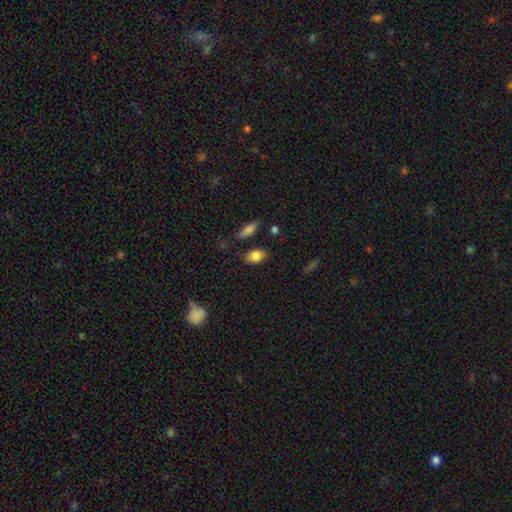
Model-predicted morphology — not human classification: Q: Smooth or featured?
A: smooth (84%); runner-up: featured or disk (8%)
Q: How rounded?
A: in between (87%); runner-up: round (10%)
Q: Merging?
A: none (82%); runner-up: minor disturbance (12%)